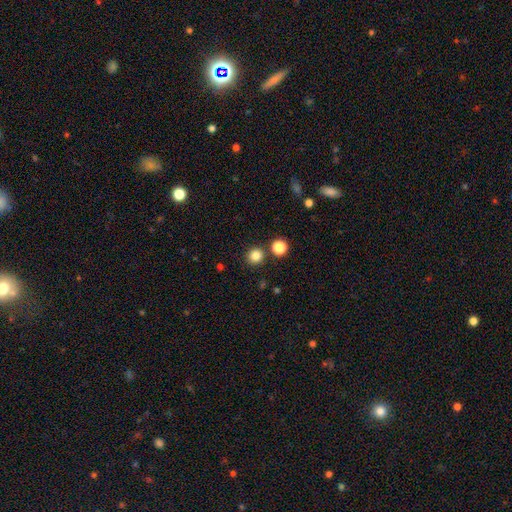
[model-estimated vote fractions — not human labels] smooth_or_featured: smooth (p=0.83) [alt: star or artifact p=0.13]
how_rounded: round (p=0.92) [alt: in between p=0.07]
merging: none (p=0.86) [alt: merger p=0.06]